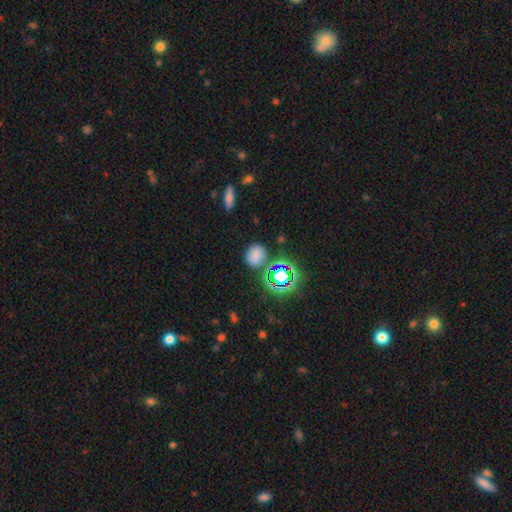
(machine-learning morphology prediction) Smooth or featured?
  - smooth: 68% *
  - star or artifact: 23%
  - featured or disk: 9%
How rounded?
  - round: 60% *
  - in between: 39%
  - cigar-shaped: 1%
Merging?
  - none: 74% *
  - minor disturbance: 15%
  - merger: 6%
  - major disturbance: 5%